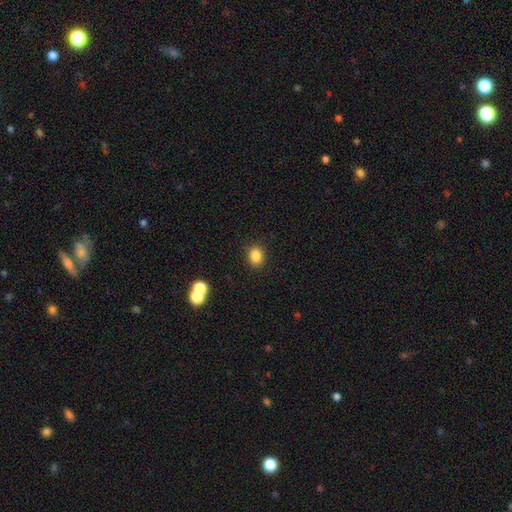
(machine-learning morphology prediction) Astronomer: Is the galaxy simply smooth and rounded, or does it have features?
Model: smooth — 84%.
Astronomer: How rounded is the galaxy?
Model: round — 55% (runner-up: in between, 44%).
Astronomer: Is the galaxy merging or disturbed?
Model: none — 87%.